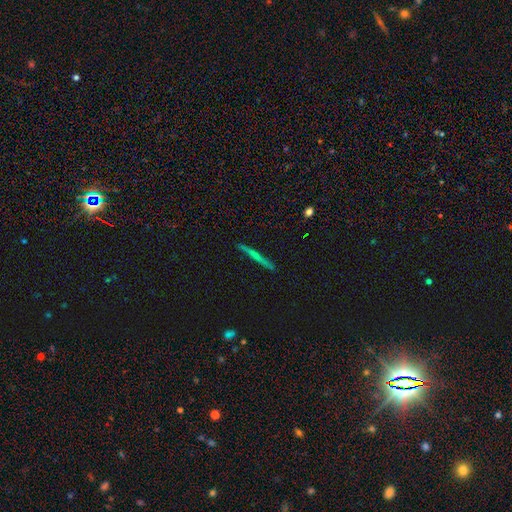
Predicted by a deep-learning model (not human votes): The model was most divided on "smooth or featured": smooth: 47%, featured or disk: 45%, star or artifact: 8%. More confident: merging — none (89%).